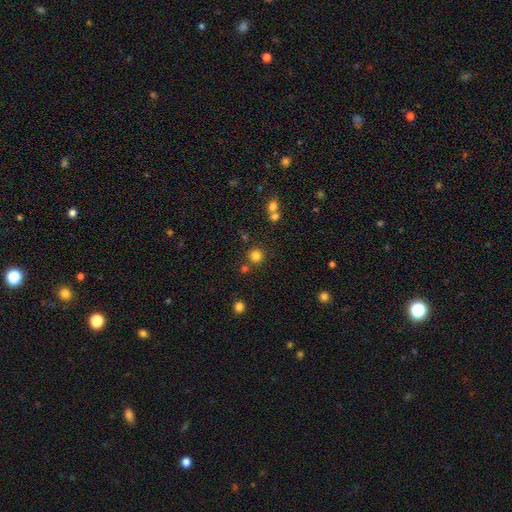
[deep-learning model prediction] Smooth or featured? Predicted: smooth (p=0.80). How rounded? Predicted: round (p=0.94). Merging? Predicted: none (p=0.82).